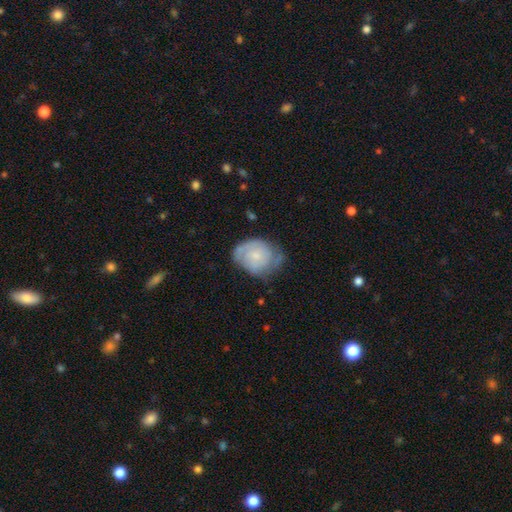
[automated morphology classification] A featured or disk galaxy (57%) with no bar (76%), spiral arms (83%) and a small central bulge (66%). Merging: none (51%).